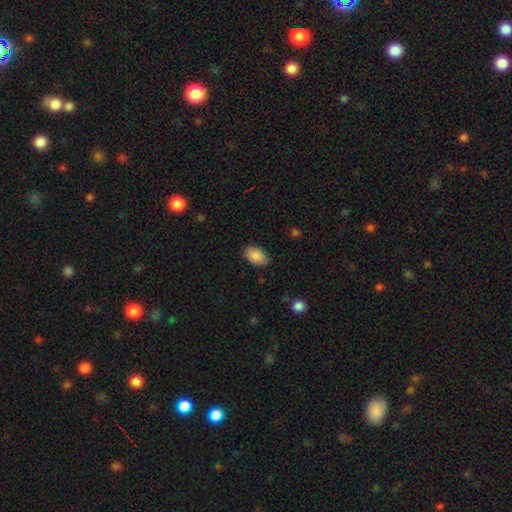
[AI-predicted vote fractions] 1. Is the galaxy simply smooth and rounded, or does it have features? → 88% smooth, 7% star or artifact, 5% featured or disk.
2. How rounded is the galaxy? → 92% in between, 6% round, 1% cigar-shaped.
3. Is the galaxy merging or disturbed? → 84% none, 12% minor disturbance, 2% major disturbance, 1% merger.